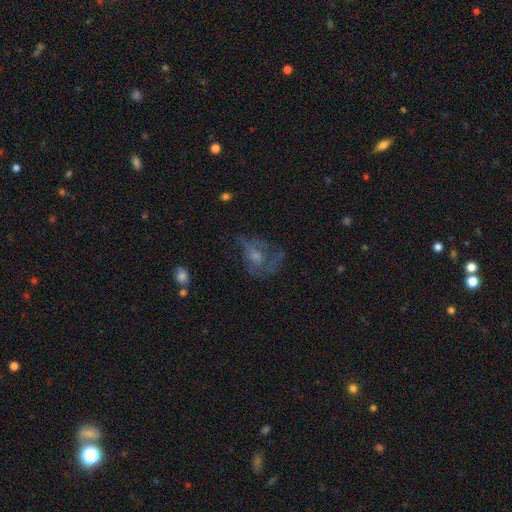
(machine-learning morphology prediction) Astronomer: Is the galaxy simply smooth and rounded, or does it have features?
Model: featured or disk — 51% (runner-up: smooth, 37%).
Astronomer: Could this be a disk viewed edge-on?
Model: no — 96%.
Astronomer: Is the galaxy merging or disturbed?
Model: major disturbance — 38%, tied with none at 38%.